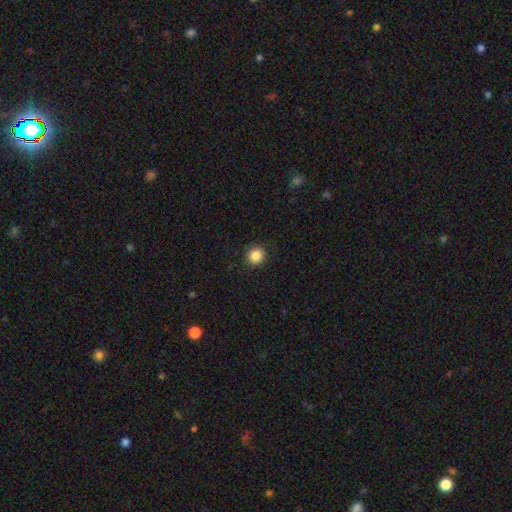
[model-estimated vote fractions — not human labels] The model was most divided on "smooth or featured": smooth: 86%, star or artifact: 10%, featured or disk: 3%. More confident: how rounded — round (93%); merging — none (91%).